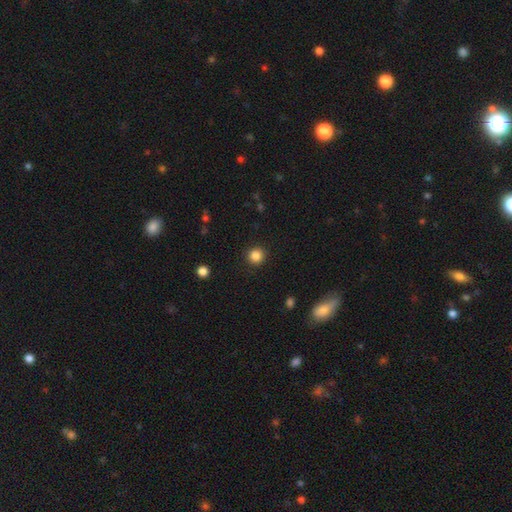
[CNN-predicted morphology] This is clearly a smooth galaxy (85%). How rounded: clearly round (94%). Merging: clearly none (92%).